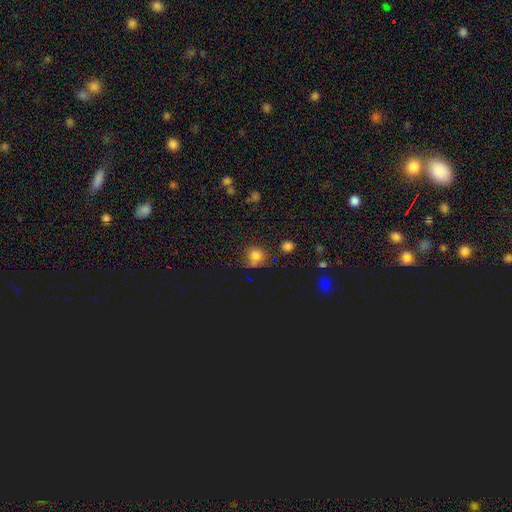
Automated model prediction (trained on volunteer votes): Morphology: type=smooth (56%); roundness=round (73%); merging=none (63%).